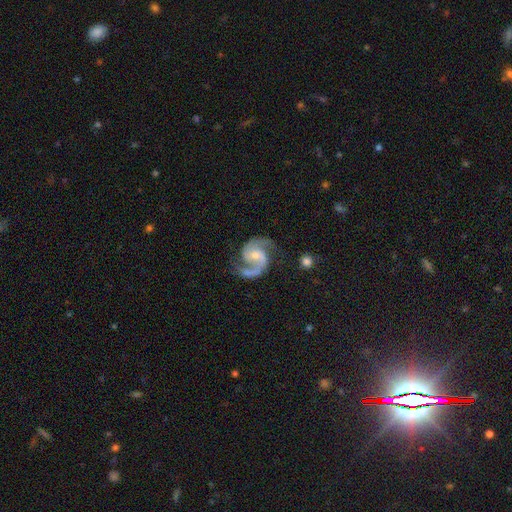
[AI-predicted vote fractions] Overall: featured or disk (92%). Edge-on disk: no (98%). Bar: no (53%; weak 36%). Spiral arms: yes (98%). Spiral arm count: 2 (92%). Spiral winding: medium (62%). Bulge size: small (50%; moderate 42%). Merging: none (71%).